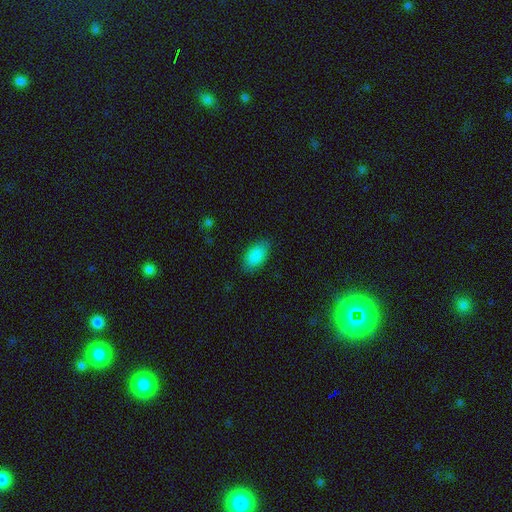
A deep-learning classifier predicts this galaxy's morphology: The model was most divided on "merging": none: 85%, minor disturbance: 12%, major disturbance: 3%, merger: 1%. More confident: how rounded — in between (94%); smooth or featured — smooth (89%).